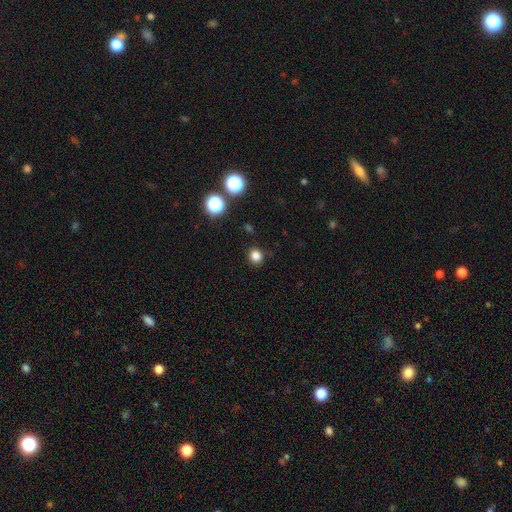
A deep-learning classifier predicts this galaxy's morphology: A smooth galaxy with no disk features (82%) that is round (87%).

Vote fractions:
- Smooth or featured? smooth: 82% / star or artifact: 14% / featured or disk: 4%
- How rounded? round: 87% / in between: 12% / cigar-shaped: 1%
- Merging? none: 89% / minor disturbance: 7% / major disturbance: 2% / merger: 1%